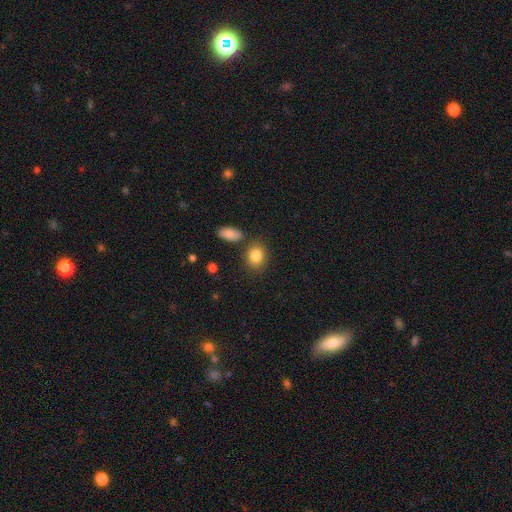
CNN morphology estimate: This is clearly a smooth galaxy (85%). How rounded: possibly round (53%). Merging: likely none (77%).